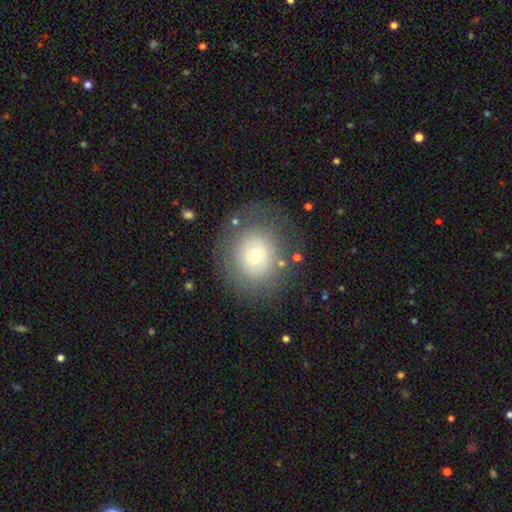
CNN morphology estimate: Smooth or featured?
  - smooth: 63% *
  - featured or disk: 26%
  - star or artifact: 10%
How rounded?
  - round: 79% *
  - in between: 20%
  - cigar-shaped: 1%
Merging?
  - none: 69% *
  - minor disturbance: 17%
  - major disturbance: 12%
  - merger: 3%